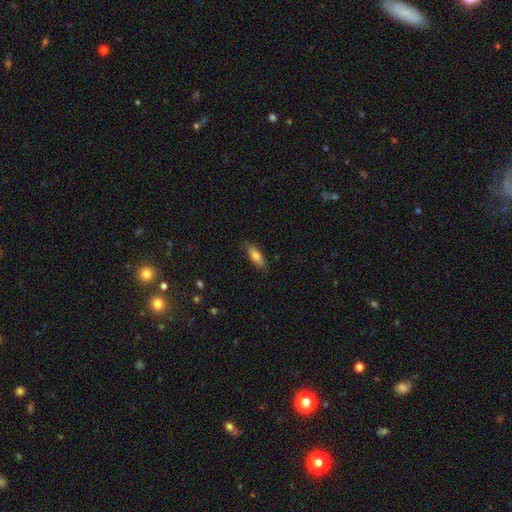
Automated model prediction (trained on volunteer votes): Smooth or featured? Predicted: smooth (p=0.77). How rounded? Predicted: in between (p=0.62). Merging? Predicted: none (p=0.79).